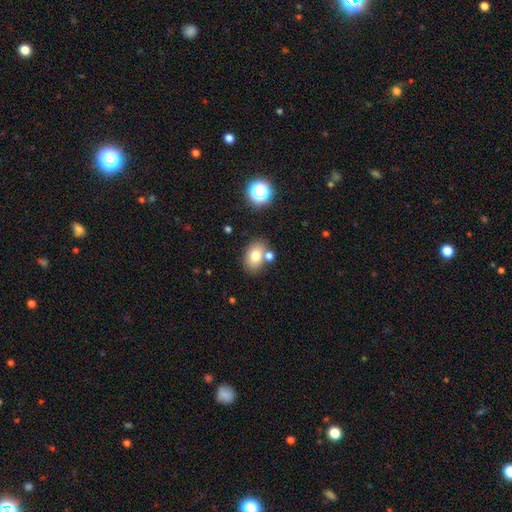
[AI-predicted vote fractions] This is likely a smooth galaxy (76%). How rounded: likely in between (74%). Merging: likely none (66%).